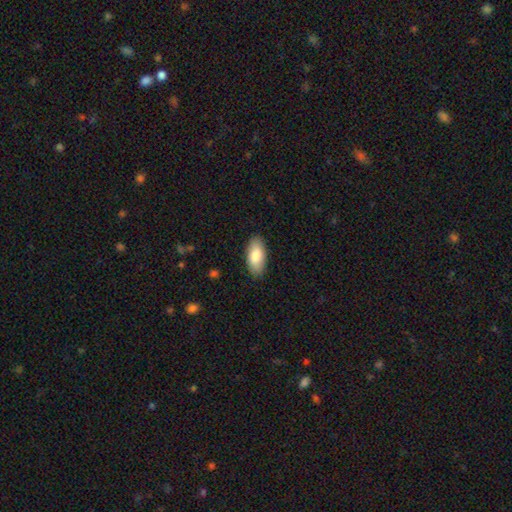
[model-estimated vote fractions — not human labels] Overall: smooth (84%). How rounded: in between (91%). Merging: none (87%).